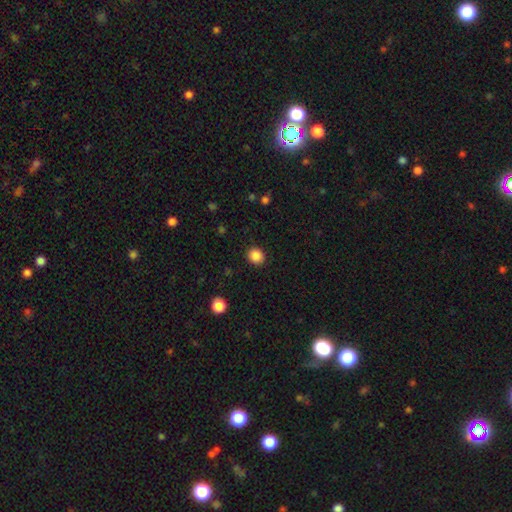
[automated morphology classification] Q: Smooth or featured?
A: smooth (87%); runner-up: star or artifact (10%)
Q: How rounded?
A: round (81%); runner-up: in between (18%)
Q: Merging?
A: none (91%); runner-up: minor disturbance (6%)